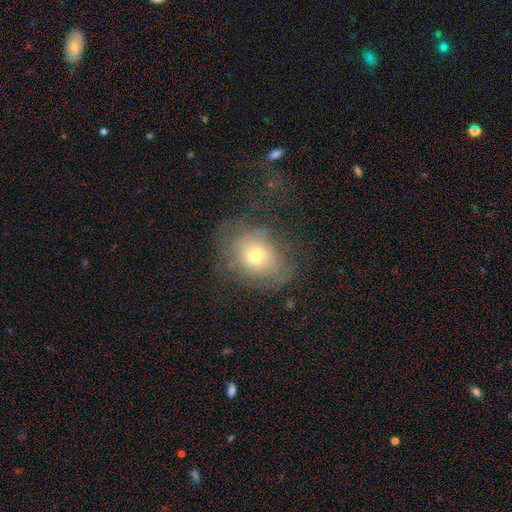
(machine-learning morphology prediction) A smooth galaxy with no disk features (62%) that is in between round and cigar-shaped (50%).

Vote fractions:
- Smooth or featured? smooth: 62% / featured or disk: 25% / star or artifact: 13%
- How rounded? in between: 50% / round: 49% / cigar-shaped: 1%
- Merging? none: 50% / major disturbance: 25% / minor disturbance: 23% / merger: 2%